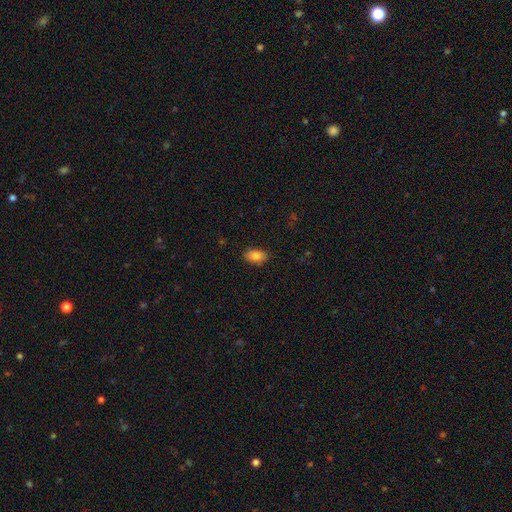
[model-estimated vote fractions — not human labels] Smooth or featured? Predicted: smooth (p=0.83). How rounded? Predicted: in between (p=0.90). Merging? Predicted: none (p=0.85).